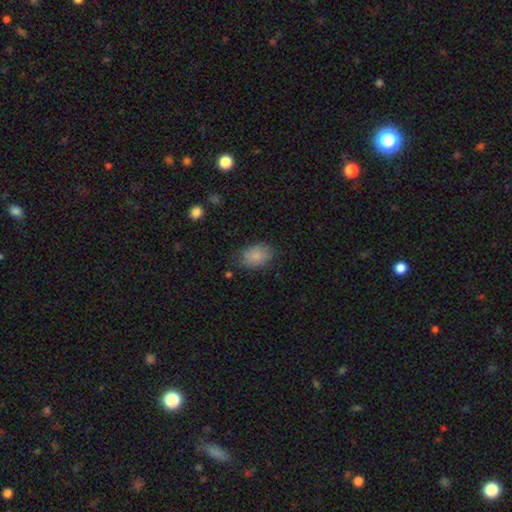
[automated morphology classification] smooth-or-featured: smooth: 85% | star or artifact: 8% | featured or disk: 7%
  how-rounded: in between: 74% | round: 25% | cigar-shaped: 1%
  merging: none: 76% | minor disturbance: 18% | major disturbance: 5% | merger: 1%